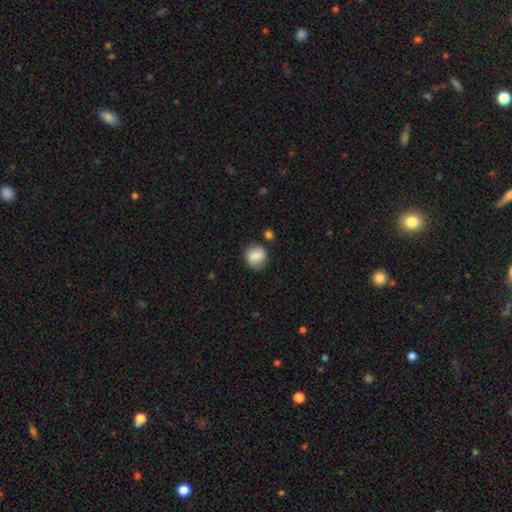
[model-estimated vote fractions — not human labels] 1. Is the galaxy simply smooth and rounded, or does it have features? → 79% smooth, 13% featured or disk, 8% star or artifact.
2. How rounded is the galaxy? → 77% round, 22% in between, 1% cigar-shaped.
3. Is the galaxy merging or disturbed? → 74% none, 17% minor disturbance, 5% major disturbance, 5% merger.